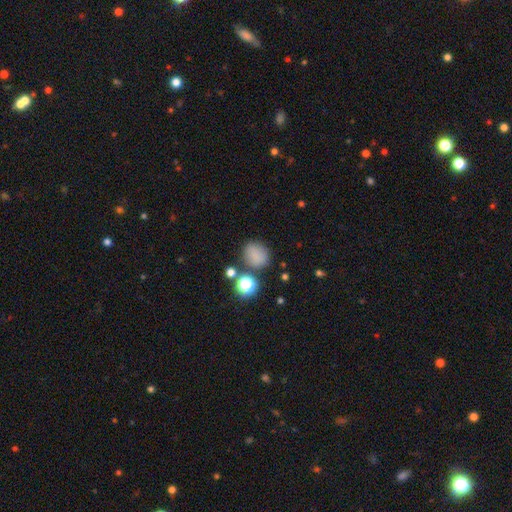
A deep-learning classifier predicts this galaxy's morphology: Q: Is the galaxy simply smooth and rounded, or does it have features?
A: smooth — 77%.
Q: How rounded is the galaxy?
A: round — 72%.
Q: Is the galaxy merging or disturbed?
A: none — 73%.